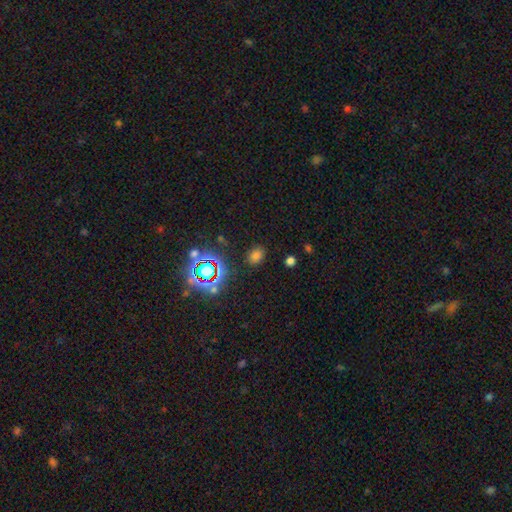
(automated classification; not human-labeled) Q: Smooth or featured?
A: smooth (67%); runner-up: star or artifact (27%)
Q: How rounded?
A: in between (55%); runner-up: round (44%)
Q: Merging?
A: none (84%); runner-up: minor disturbance (10%)